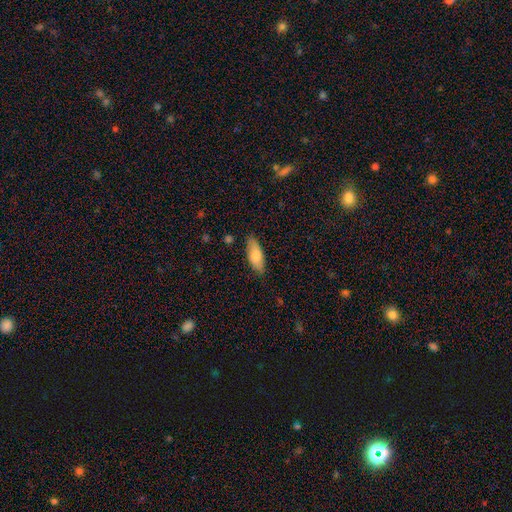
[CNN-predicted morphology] This appears to be a smooth galaxy with no disk features (79%) that is in between round and cigar-shaped (76%). Merging: none (81%).